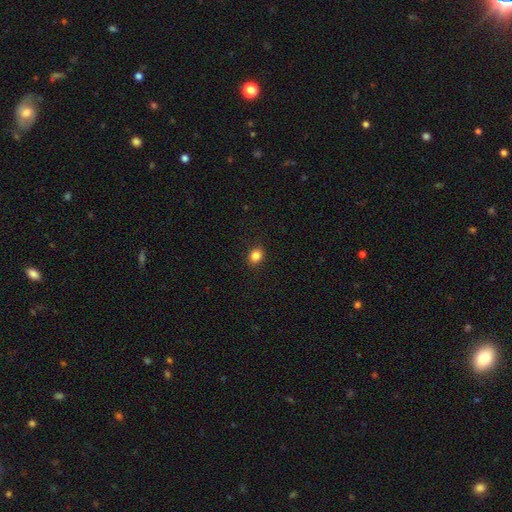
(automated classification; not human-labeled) Q: Smooth or featured?
A: smooth (85%); runner-up: star or artifact (10%)
Q: How rounded?
A: round (50%); runner-up: in between (49%)
Q: Merging?
A: none (89%); runner-up: minor disturbance (8%)